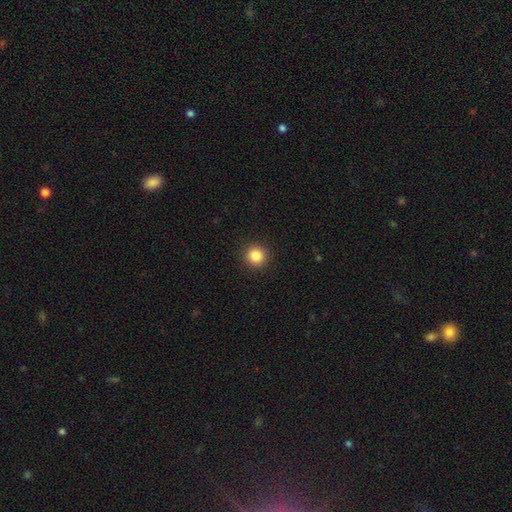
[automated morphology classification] type=smooth (85%); roundness=round (94%); merging=none (93%).